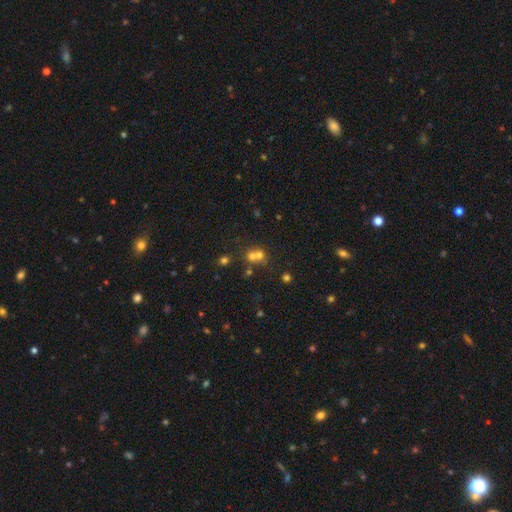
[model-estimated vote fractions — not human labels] This is likely a smooth galaxy (60%). How rounded: clearly round (81%). Merging: possibly merger (54%).